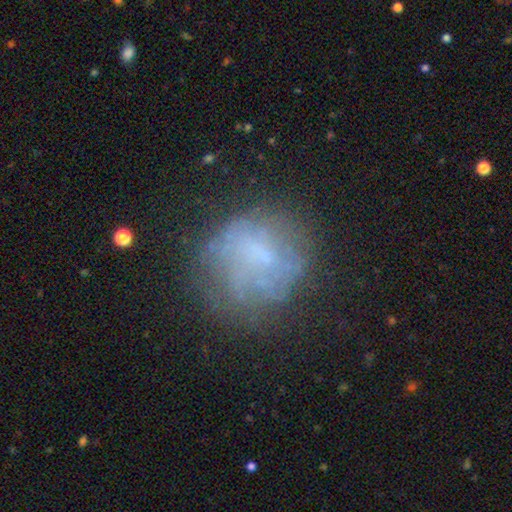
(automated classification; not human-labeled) Smooth or featured: featured or disk — 45% (smooth — 41%)
Merging: none — 62% (minor disturbance — 20%)